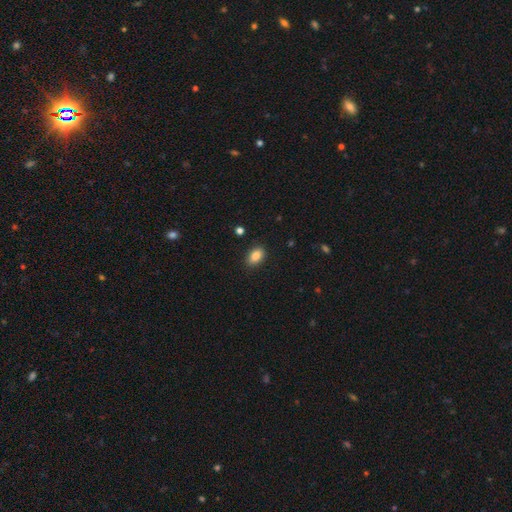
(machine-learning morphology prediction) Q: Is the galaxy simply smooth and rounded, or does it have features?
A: smooth — 86%.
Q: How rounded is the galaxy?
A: in between — 86%.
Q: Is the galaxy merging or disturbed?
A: none — 86%.